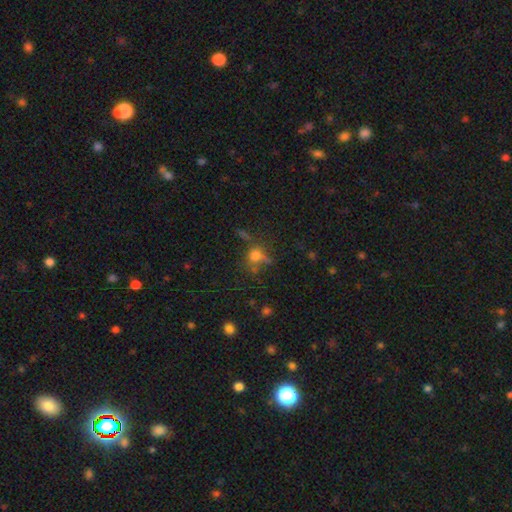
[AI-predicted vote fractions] Smooth or featured? smooth (61%)
How rounded? round (77%)
Merging? none (57%)